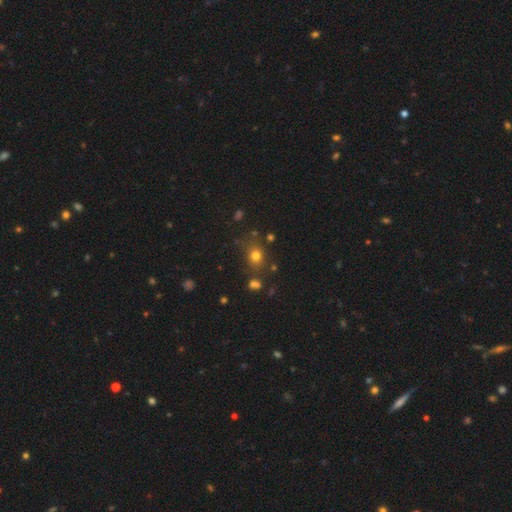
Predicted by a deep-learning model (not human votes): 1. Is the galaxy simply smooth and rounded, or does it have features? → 74% smooth, 18% star or artifact, 8% featured or disk.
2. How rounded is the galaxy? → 65% round, 34% in between, 1% cigar-shaped.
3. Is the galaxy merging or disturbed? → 75% none, 13% minor disturbance, 7% merger, 5% major disturbance.